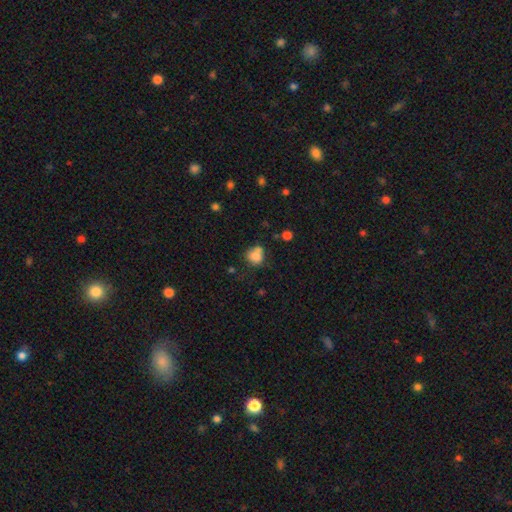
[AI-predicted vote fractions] Smooth or featured?
  - smooth: 78% *
  - star or artifact: 12%
  - featured or disk: 10%
How rounded?
  - round: 68% *
  - in between: 31%
  - cigar-shaped: 1%
Merging?
  - none: 46% *
  - merger: 25%
  - minor disturbance: 21%
  - major disturbance: 9%